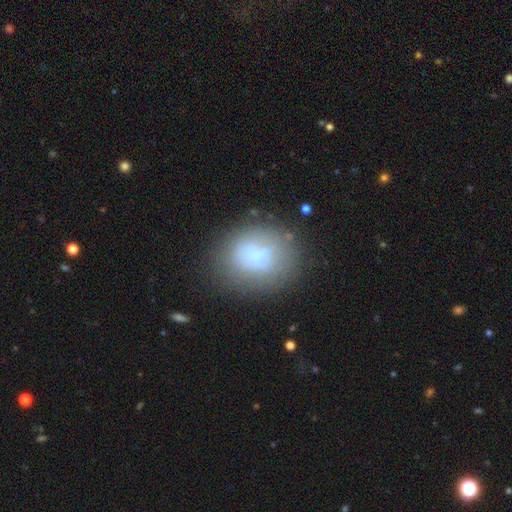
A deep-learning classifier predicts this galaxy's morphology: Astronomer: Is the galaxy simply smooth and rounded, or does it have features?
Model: smooth — 66%.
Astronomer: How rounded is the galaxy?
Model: round — 60% (runner-up: in between, 38%).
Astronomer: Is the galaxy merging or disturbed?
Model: none — 62%.